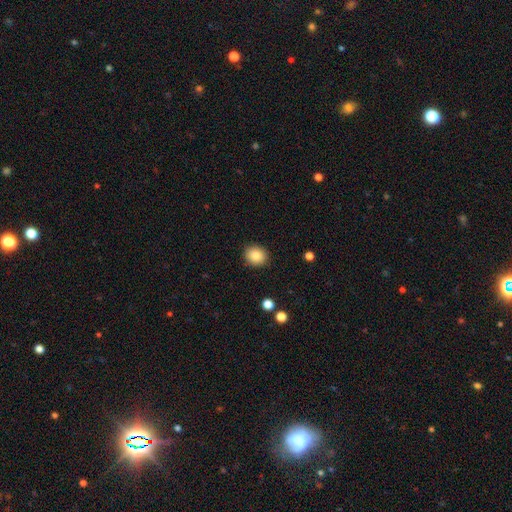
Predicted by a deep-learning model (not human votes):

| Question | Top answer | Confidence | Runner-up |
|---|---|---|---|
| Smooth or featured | smooth | 86% | star or artifact (9%) |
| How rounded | round | 74% | in between (26%) |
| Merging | none | 90% | minor disturbance (7%) |